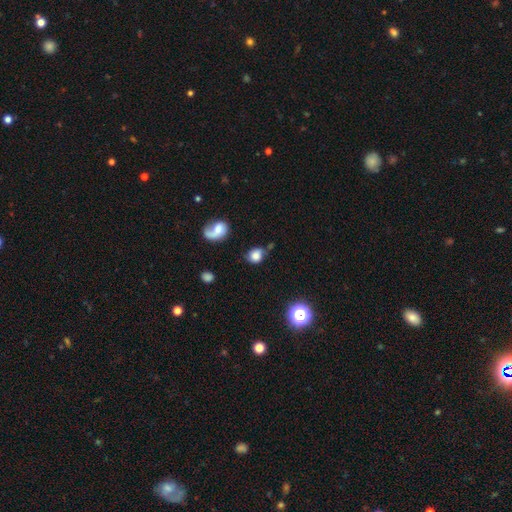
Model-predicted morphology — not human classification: This is likely a smooth galaxy (76%). How rounded: likely round (65%). Merging: possibly none (53%).